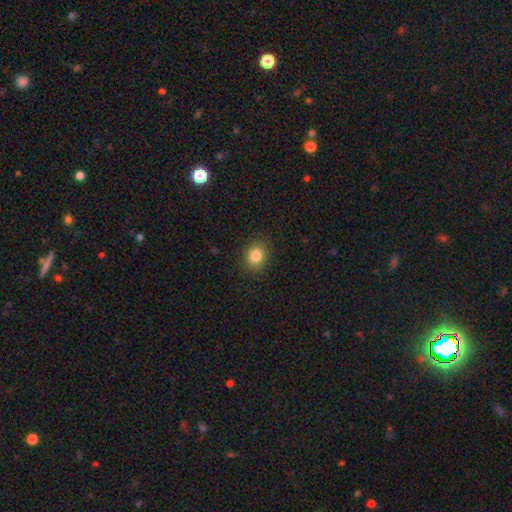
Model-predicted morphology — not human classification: This appears to be a smooth galaxy with no disk features (83%) that is round (59%). Merging: none (88%).